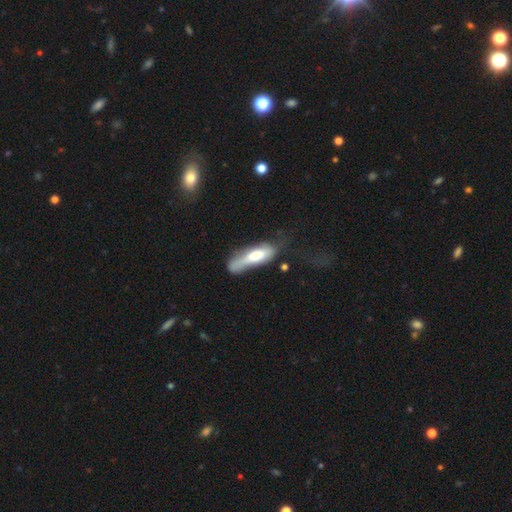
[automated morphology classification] smooth-or-featured: smooth: 66% | featured or disk: 28% | star or artifact: 6%
  how-rounded: cigar-shaped: 55% | in between: 43% | round: 2%
  merging: major disturbance: 30% (tied) | none: 30% (tied) | minor disturbance: 29% | merger: 12%